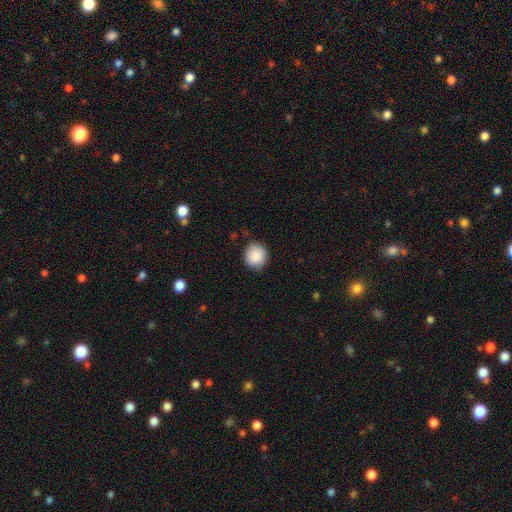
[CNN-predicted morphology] Q: Smooth or featured?
A: smooth (88%); runner-up: star or artifact (8%)
Q: How rounded?
A: round (88%); runner-up: in between (11%)
Q: Merging?
A: none (87%); runner-up: minor disturbance (10%)